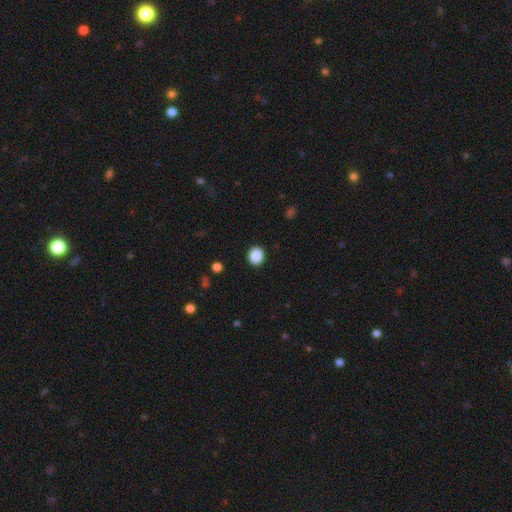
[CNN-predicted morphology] smooth_or_featured: smooth (p=0.88) [alt: star or artifact p=0.09]
how_rounded: round (p=0.78) [alt: in between p=0.21]
merging: none (p=0.92) [alt: minor disturbance p=0.06]